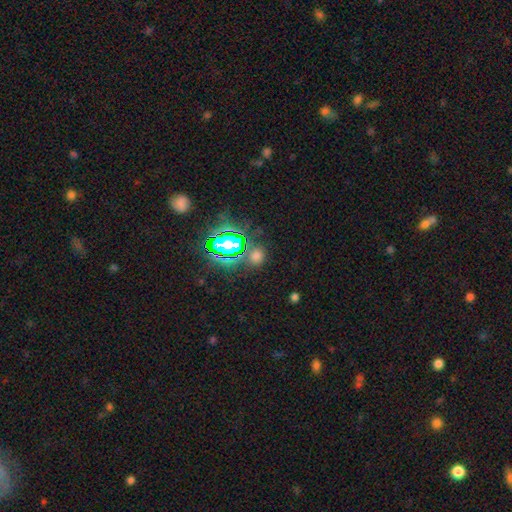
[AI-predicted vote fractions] A smooth galaxy with no disk features (50%) that is round (74%).

Vote fractions:
- Smooth or featured? smooth: 50% / star or artifact: 43% / featured or disk: 6%
- How rounded? round: 74% / in between: 24% / cigar-shaped: 2%
- Merging? none: 80% / minor disturbance: 9% / merger: 6% / major disturbance: 4%